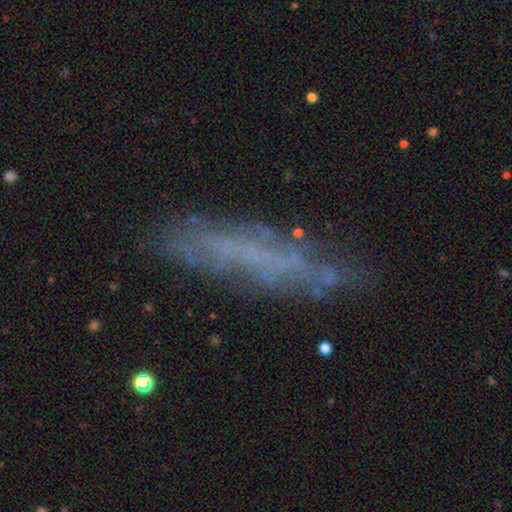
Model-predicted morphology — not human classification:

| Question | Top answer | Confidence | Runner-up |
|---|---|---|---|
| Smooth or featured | featured or disk | 46% | smooth (39%) |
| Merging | none | 69% | minor disturbance (20%) |